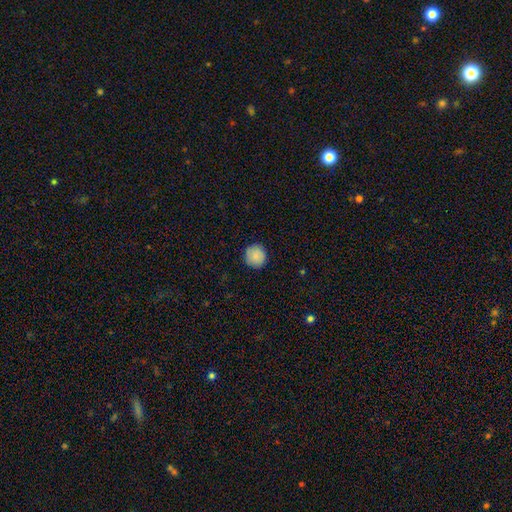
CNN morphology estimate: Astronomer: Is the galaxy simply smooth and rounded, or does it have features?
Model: smooth — 87%.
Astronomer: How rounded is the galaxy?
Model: round — 94%.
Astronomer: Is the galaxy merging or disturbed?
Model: none — 90%.